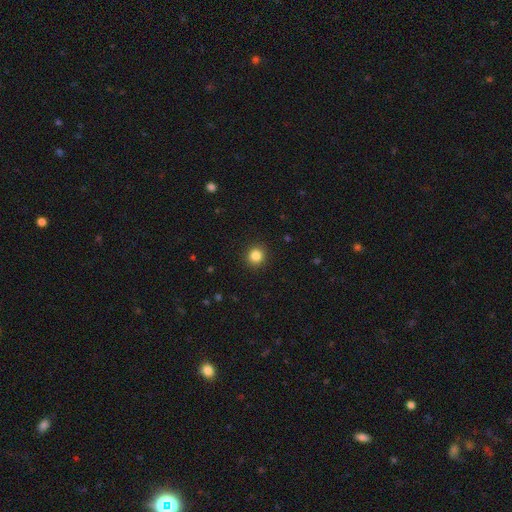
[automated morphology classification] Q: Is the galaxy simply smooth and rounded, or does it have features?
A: smooth — 85%.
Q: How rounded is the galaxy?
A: round — 92%.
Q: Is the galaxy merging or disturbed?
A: none — 92%.